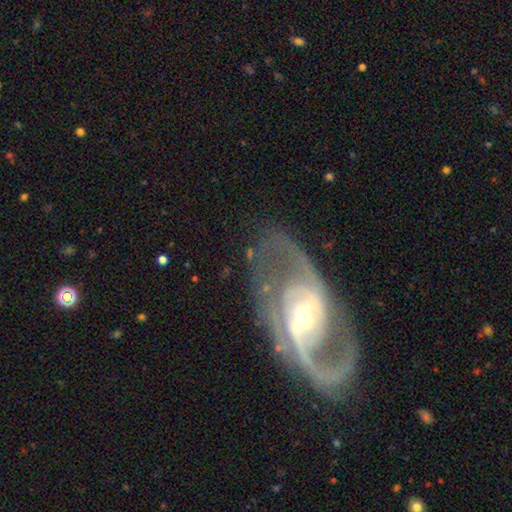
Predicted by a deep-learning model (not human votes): A featured or disk galaxy (88%) with no bar (39%), 2 (83%) medium (51%) spiral arms (94%) and a small central bulge (58%).

Vote fractions:
- Smooth or featured? featured or disk: 88% / star or artifact: 6% / smooth: 6%
- Edge-on disk? no: 95% / yes: 5%
- Bar? no: 39% / weak: 36% / strong: 26%
- Spiral arms? yes: 94% / no: 6%
- Spiral winding? medium: 51% / loose: 26% / tight: 23%
- Spiral arm count? 2: 83% / can't tell: 6% / 3: 4% / 1: 3% / 4: 2% / more than 4: 2%
- Bulge size? small: 58% / moderate: 37% / large: 3% / dominant: 1% / none: 1%
- Merging? none: 68% / minor disturbance: 15% / major disturbance: 14% / merger: 3%